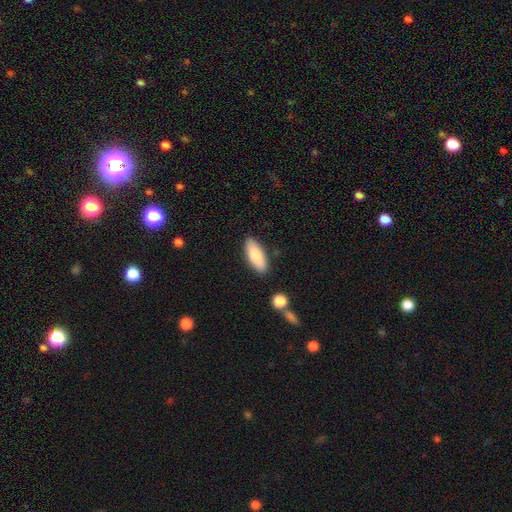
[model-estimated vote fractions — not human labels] This appears to be a smooth galaxy with no disk features (83%) that is in between round and cigar-shaped (72%). Merging: none (85%).